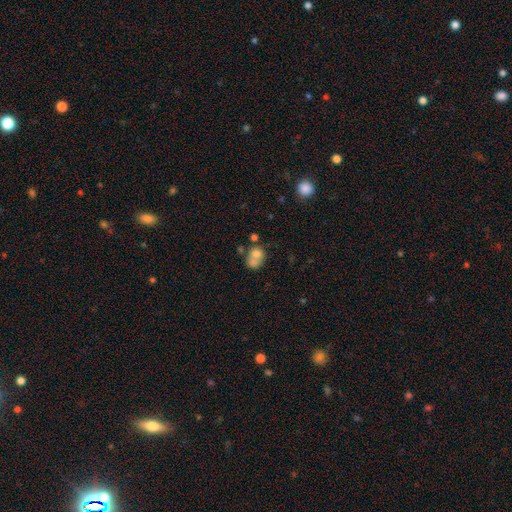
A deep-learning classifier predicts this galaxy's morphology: smooth-or-featured: smooth: 69% | featured or disk: 20% | star or artifact: 11%
  how-rounded: round: 57% | in between: 42% | cigar-shaped: 1%
  merging: merger: 54% | none: 27% | minor disturbance: 11% | major disturbance: 8%